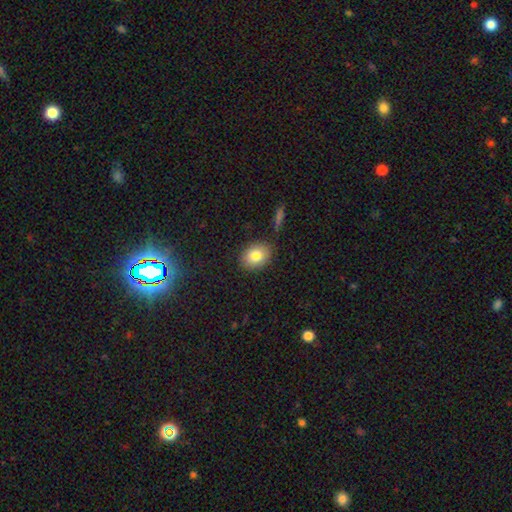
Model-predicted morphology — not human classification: Smooth or featured?
  - smooth: 82% *
  - featured or disk: 9%
  - star or artifact: 8%
How rounded?
  - in between: 63% *
  - round: 36%
  - cigar-shaped: 1%
Merging?
  - none: 84% *
  - minor disturbance: 11%
  - major disturbance: 3%
  - merger: 2%